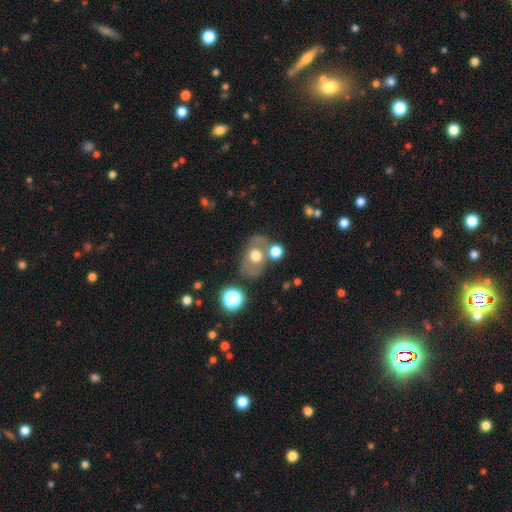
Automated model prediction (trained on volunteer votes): Morphology: type=smooth (51%); roundness=in between (58%); merging=none (59%).